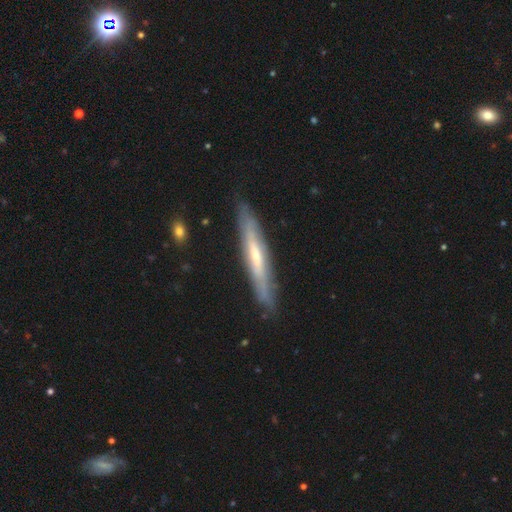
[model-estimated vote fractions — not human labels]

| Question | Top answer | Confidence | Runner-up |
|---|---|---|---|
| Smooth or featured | featured or disk | 67% | smooth (28%) |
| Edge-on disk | yes | 79% | no (21%) |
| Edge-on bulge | rounded | 47% | none (45%) |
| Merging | none | 83% | minor disturbance (13%) |